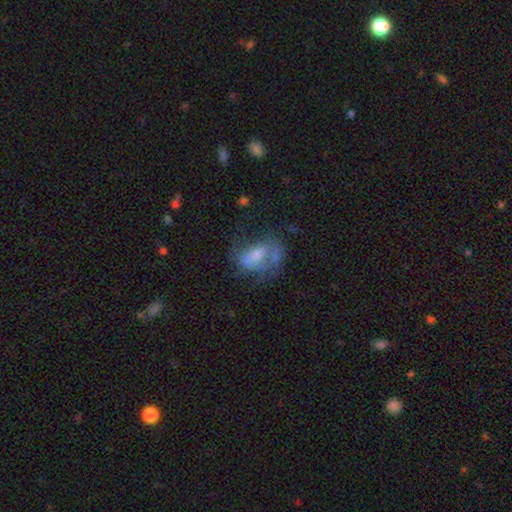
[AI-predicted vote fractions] This appears to be a featured or disk galaxy (44%, tied with smooth). Merging: none (34%).